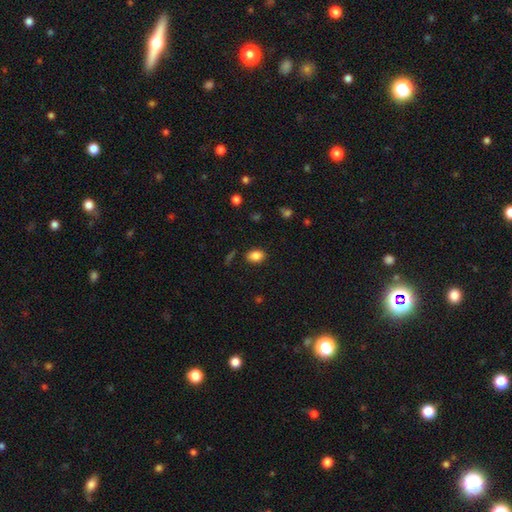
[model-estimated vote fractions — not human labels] smooth_or_featured: smooth (p=0.85) [alt: star or artifact p=0.09]
how_rounded: in between (p=0.77) [alt: round p=0.21]
merging: none (p=0.85) [alt: minor disturbance p=0.11]